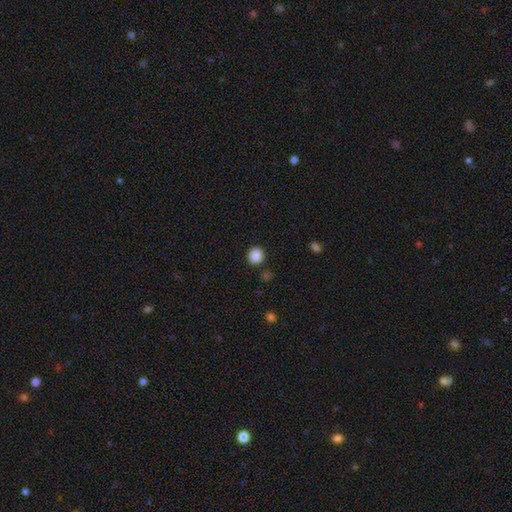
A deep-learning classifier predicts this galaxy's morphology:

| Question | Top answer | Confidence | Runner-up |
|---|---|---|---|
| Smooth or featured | smooth | 88% | star or artifact (10%) |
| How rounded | round | 89% | in between (10%) |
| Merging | none | 90% | minor disturbance (6%) |